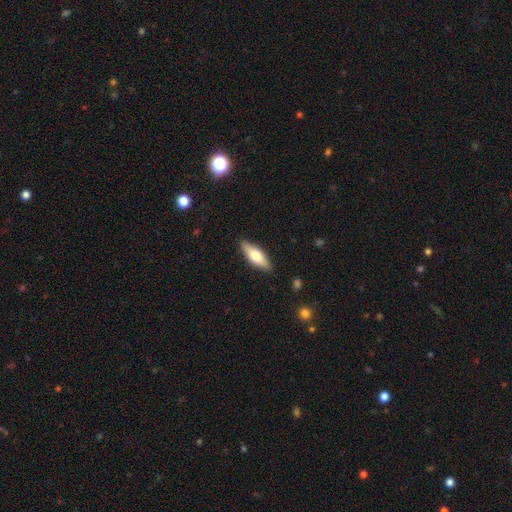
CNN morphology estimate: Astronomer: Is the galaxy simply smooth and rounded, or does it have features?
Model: smooth — 58% (runner-up: featured or disk, 36%).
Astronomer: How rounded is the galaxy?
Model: in between — 55% (runner-up: cigar-shaped, 43%).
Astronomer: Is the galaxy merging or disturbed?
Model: none — 88%.